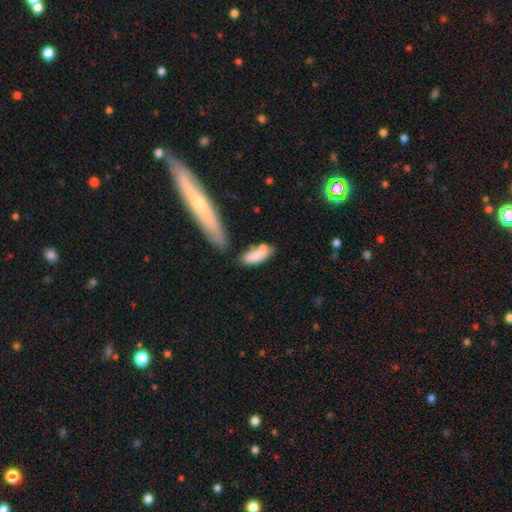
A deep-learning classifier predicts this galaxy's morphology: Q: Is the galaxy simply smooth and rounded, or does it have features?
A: smooth — 79%.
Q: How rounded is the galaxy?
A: in between — 75%.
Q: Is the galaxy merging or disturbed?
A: none — 44%.